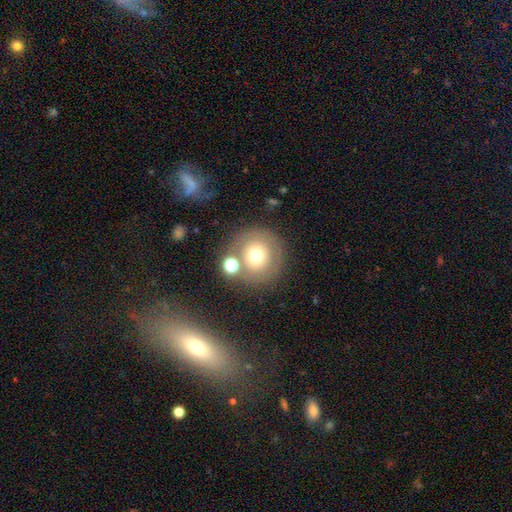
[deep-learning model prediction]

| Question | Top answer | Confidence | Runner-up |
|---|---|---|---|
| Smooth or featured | smooth | 64% | featured or disk (24%) |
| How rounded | round | 93% | in between (6%) |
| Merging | none | 71% | merger (12%) |